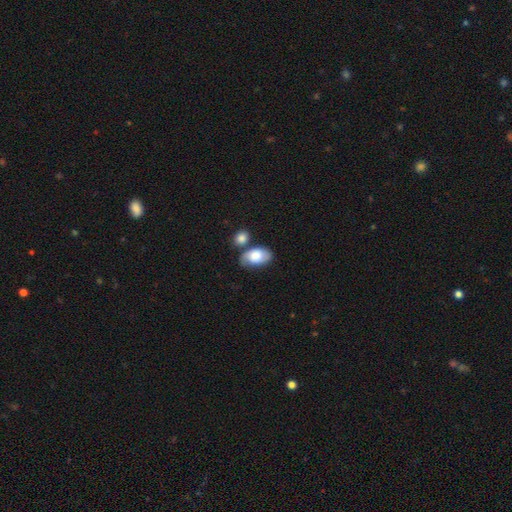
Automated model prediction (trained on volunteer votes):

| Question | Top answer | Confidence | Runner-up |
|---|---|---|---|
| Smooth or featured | smooth | 74% | featured or disk (20%) |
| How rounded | in between | 92% | round (7%) |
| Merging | none | 47% | minor disturbance (23%) |